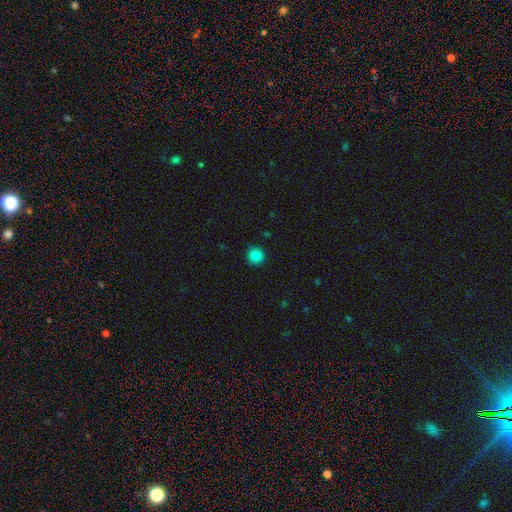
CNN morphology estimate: smooth_or_featured: smooth (p=0.85) [alt: star or artifact p=0.11]
how_rounded: round (p=0.95) [alt: in between p=0.04]
merging: none (p=0.91) [alt: minor disturbance p=0.06]